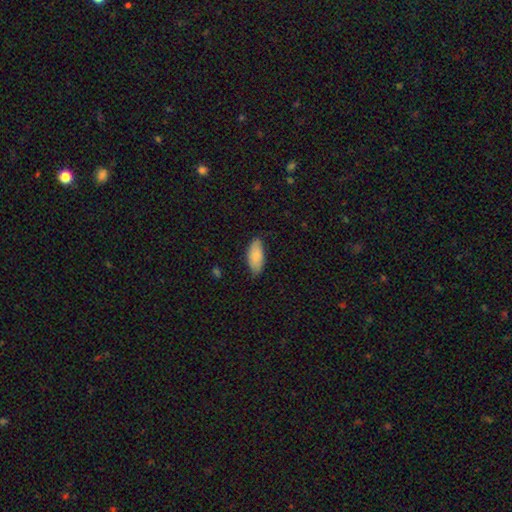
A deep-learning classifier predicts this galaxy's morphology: Smooth or featured?
  - smooth: 85% *
  - featured or disk: 9%
  - star or artifact: 6%
How rounded?
  - in between: 89% *
  - cigar-shaped: 9%
  - round: 2%
Merging?
  - none: 75% *
  - minor disturbance: 21%
  - major disturbance: 3%
  - merger: 1%